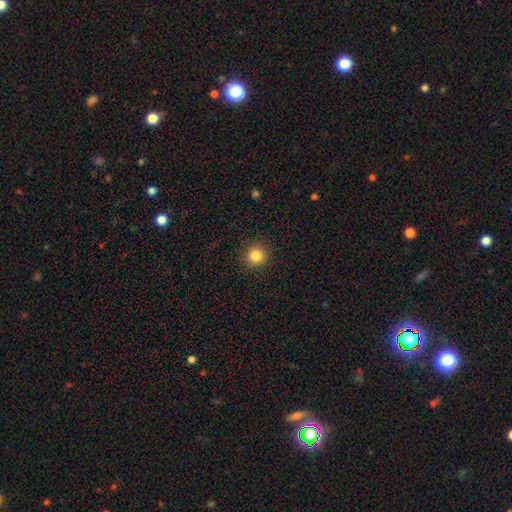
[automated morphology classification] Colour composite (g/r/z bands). It shows a smooth galaxy with no disk features (84%) that is round (94%). Merging: none (91%).